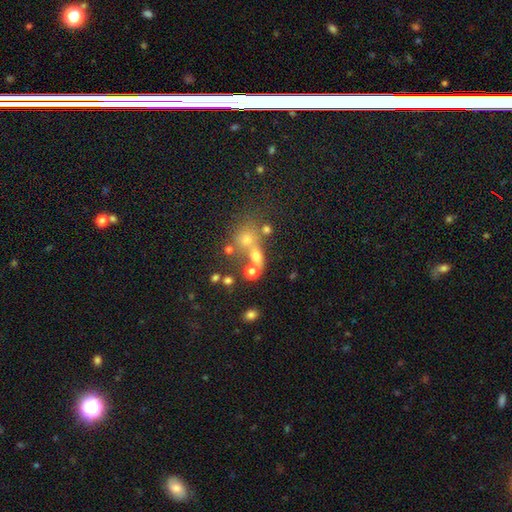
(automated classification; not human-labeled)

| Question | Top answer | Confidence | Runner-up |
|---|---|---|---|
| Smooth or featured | smooth | 55% | star or artifact (24%) |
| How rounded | round | 62% | in between (36%) |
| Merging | merger | 43% | none (38%) |